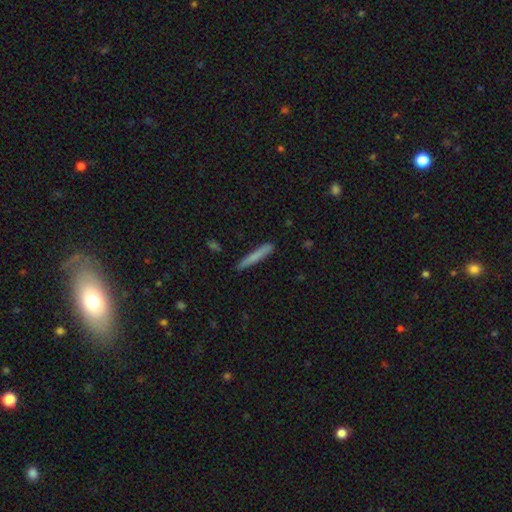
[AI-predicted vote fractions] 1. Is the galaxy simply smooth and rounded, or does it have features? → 74% smooth, 19% featured or disk, 6% star or artifact.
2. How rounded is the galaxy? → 95% cigar-shaped, 4% in between, 1% round.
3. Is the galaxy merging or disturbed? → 86% none, 11% minor disturbance, 2% major disturbance, 2% merger.